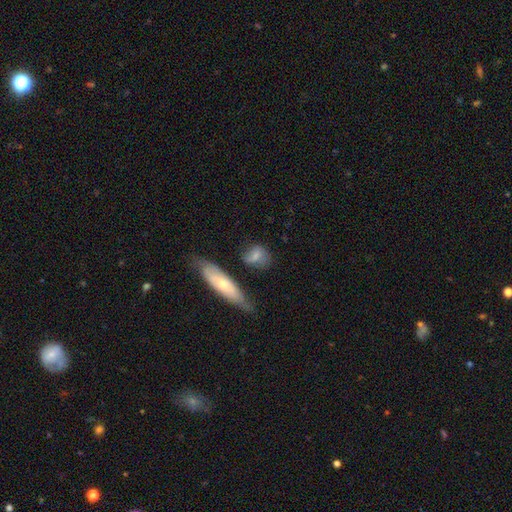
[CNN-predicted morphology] This appears to be a smooth galaxy with no disk features (67%) that is in between round and cigar-shaped (56%). Merging: none (57%).